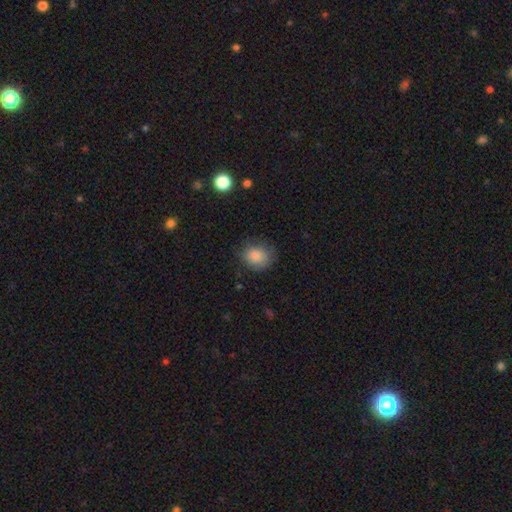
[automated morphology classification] The model was most divided on "how rounded": round: 68%, in between: 31%, cigar-shaped: 1%. More confident: smooth or featured — smooth (85%); merging — none (76%).